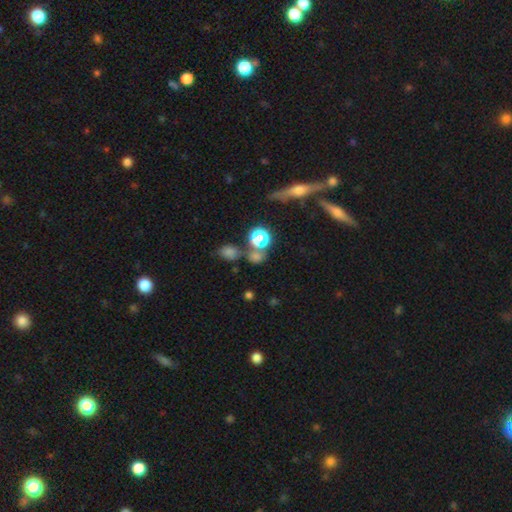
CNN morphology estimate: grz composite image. It shows a smooth galaxy with no disk features (62%) that is round (68%). Merging: none (59%).